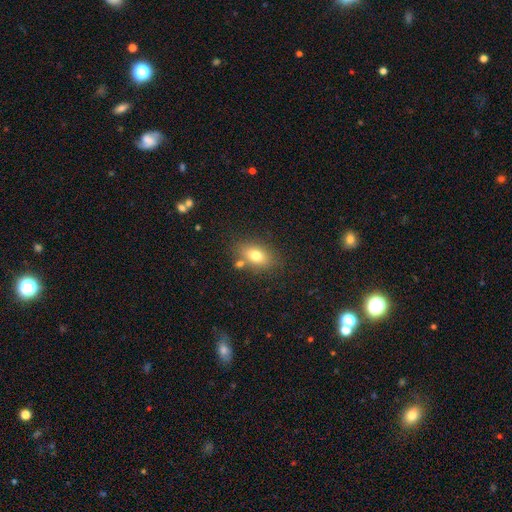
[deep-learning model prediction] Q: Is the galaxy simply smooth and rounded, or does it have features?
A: smooth — 75%.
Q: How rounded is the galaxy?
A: in between — 80%.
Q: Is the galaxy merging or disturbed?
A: none — 73%.